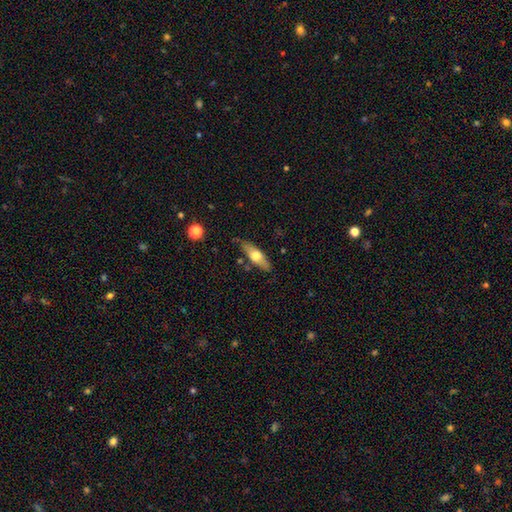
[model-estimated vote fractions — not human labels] Overall: smooth (55%; featured or disk 39%). How rounded: in between (55%; cigar-shaped 42%). Merging: none (77%).